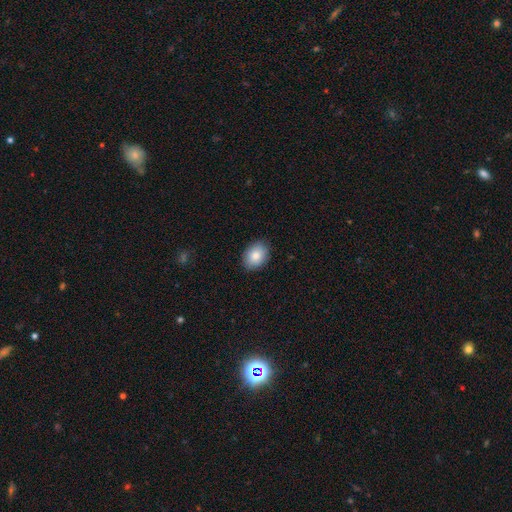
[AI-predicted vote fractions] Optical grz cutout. It shows a smooth galaxy with no disk features (85%) that is in between round and cigar-shaped (73%). Merging: none (88%).